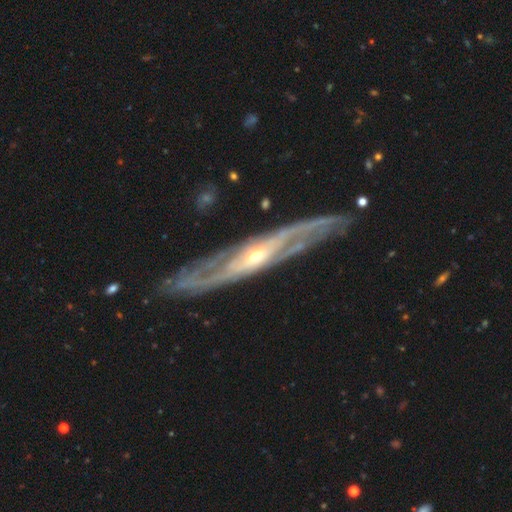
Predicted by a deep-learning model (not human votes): This is clearly a featured or disk galaxy (88%). It is likely not viewed edge-on (61%). Bar: possibly no (60%). Spiral arm pattern: clearly yes (85%). Central bulge: possibly small (51%). Merging: likely none (76%).